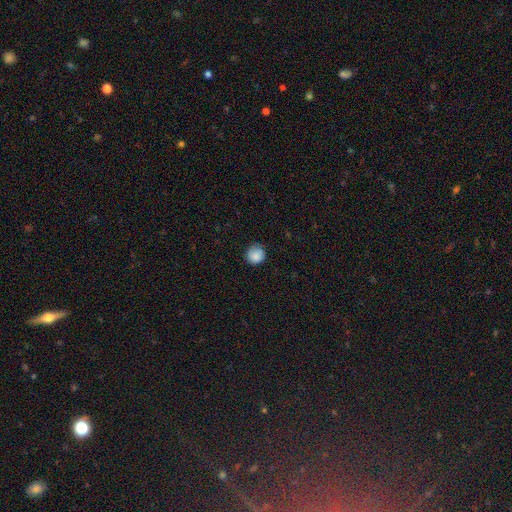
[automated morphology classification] Smooth or featured? Predicted: smooth (p=0.86). How rounded? Predicted: round (p=0.89). Merging? Predicted: none (p=0.78).